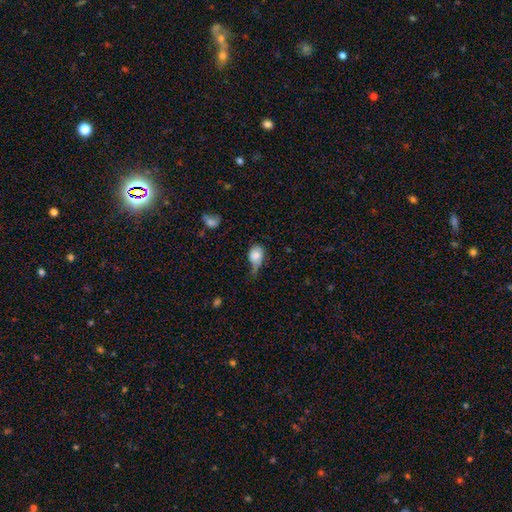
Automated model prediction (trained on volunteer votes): Smooth or featured?
  - smooth: 78% *
  - featured or disk: 14%
  - star or artifact: 8%
How rounded?
  - in between: 66% *
  - round: 31%
  - cigar-shaped: 2%
Merging?
  - minor disturbance: 41% *
  - major disturbance: 31%
  - none: 22%
  - merger: 6%